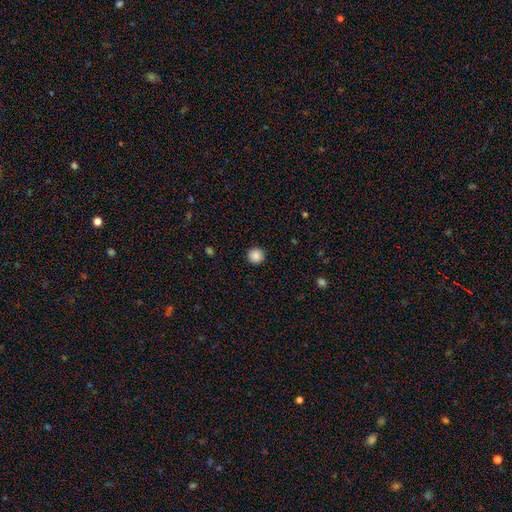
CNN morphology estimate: Smooth or featured: smooth — 88% (star or artifact — 9%)
How rounded: round — 95% (in between — 4%)
Merging: none — 92% (minor disturbance — 5%)